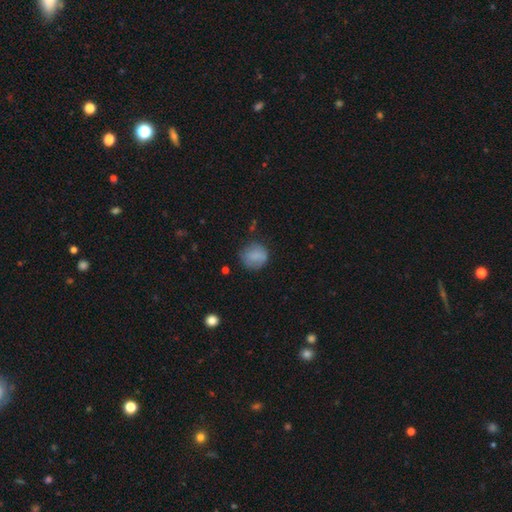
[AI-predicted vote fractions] smooth_or_featured: smooth (p=0.80) [alt: featured or disk p=0.12]
how_rounded: round (p=0.85) [alt: in between p=0.14]
merging: none (p=0.72) [alt: minor disturbance p=0.20]